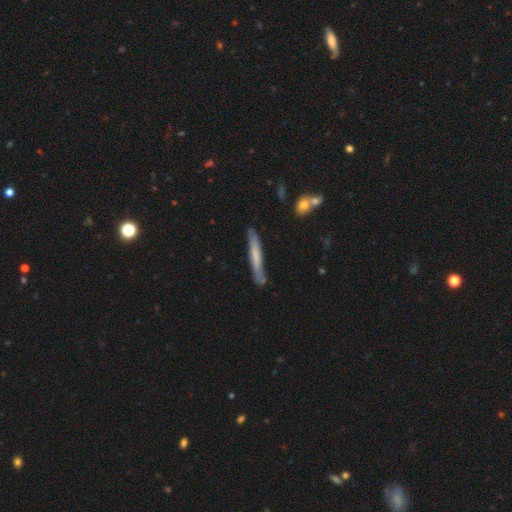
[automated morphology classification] The model was most divided on "smooth or featured": smooth: 57%, featured or disk: 37%, star or artifact: 6%. More confident: how rounded — cigar-shaped (96%); merging — none (81%).